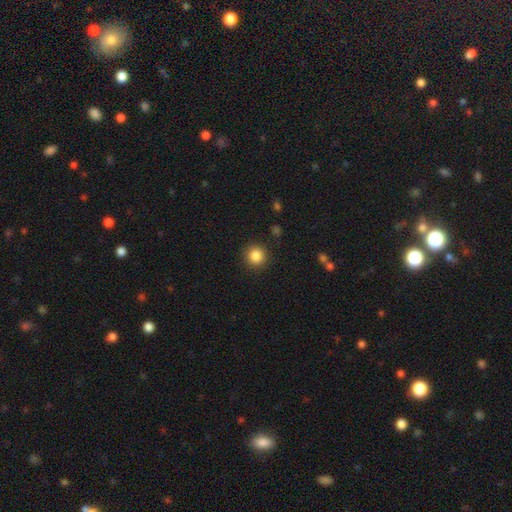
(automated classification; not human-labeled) smooth_or_featured: smooth (p=0.86) [alt: star or artifact p=0.10]
how_rounded: round (p=0.94) [alt: in between p=0.05]
merging: none (p=0.91) [alt: minor disturbance p=0.06]